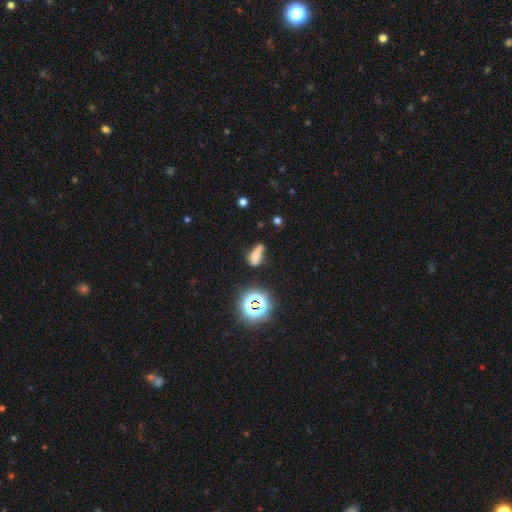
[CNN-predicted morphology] Smooth or featured?
  - smooth: 56% *
  - star or artifact: 23%
  - featured or disk: 21%
How rounded?
  - in between: 71% *
  - cigar-shaped: 18%
  - round: 11%
Merging?
  - none: 39% *
  - minor disturbance: 31%
  - major disturbance: 21%
  - merger: 9%